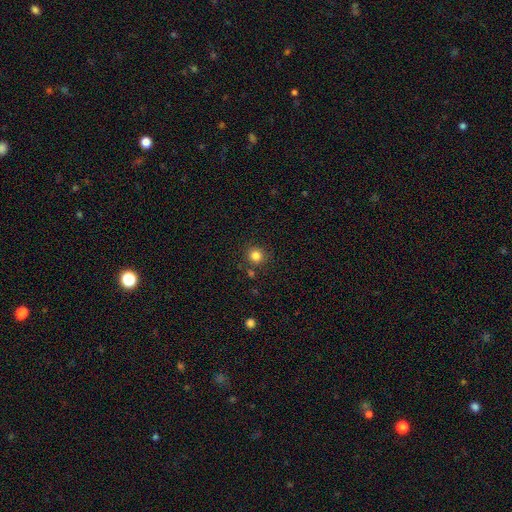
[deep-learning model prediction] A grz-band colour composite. It shows a smooth galaxy with no disk features (83%) that is round (92%). Merging: none (84%).